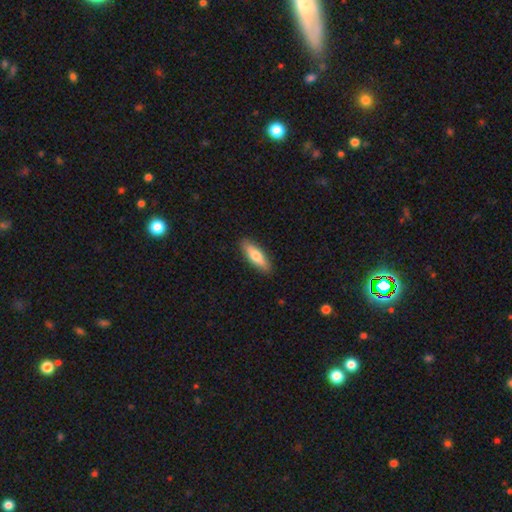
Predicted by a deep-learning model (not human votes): smooth 66%, featured or disk 29%, star or artifact 6%. Down the decision tree: how rounded — cigar-shaped (53%); merging — none (89%).